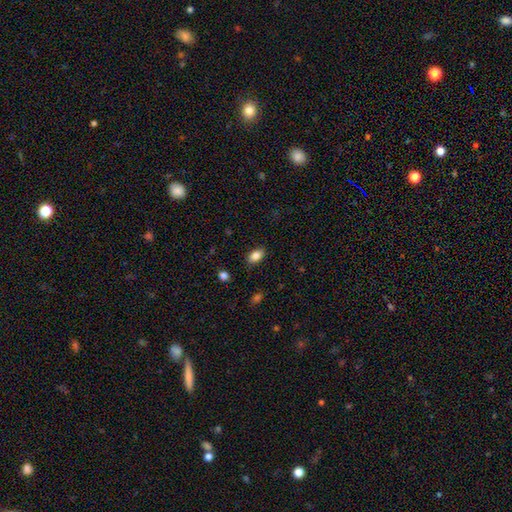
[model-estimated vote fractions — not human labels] Overall: smooth (85%). How rounded: in between (89%). Merging: none (86%).